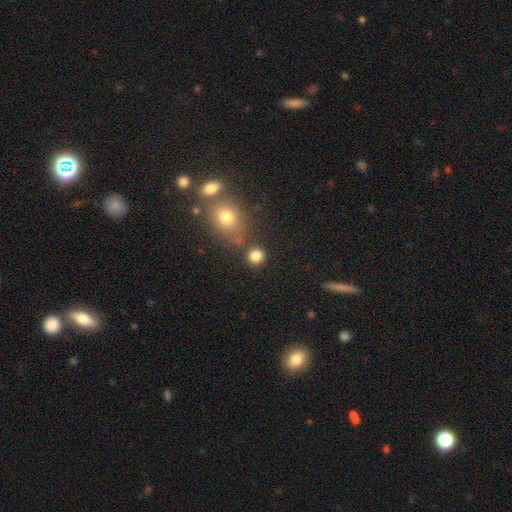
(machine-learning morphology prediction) Smooth or featured? smooth (83%)
How rounded? round (80%)
Merging? none (77%)